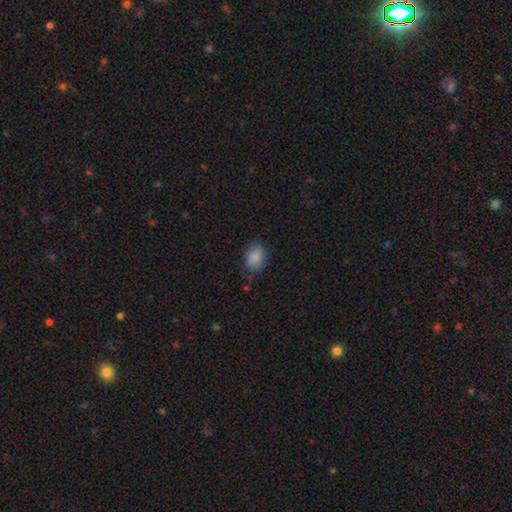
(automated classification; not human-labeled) smooth_or_featured: smooth (p=0.84) [alt: star or artifact p=0.09]
how_rounded: in between (p=0.65) [alt: round p=0.34]
merging: none (p=0.75) [alt: minor disturbance p=0.19]